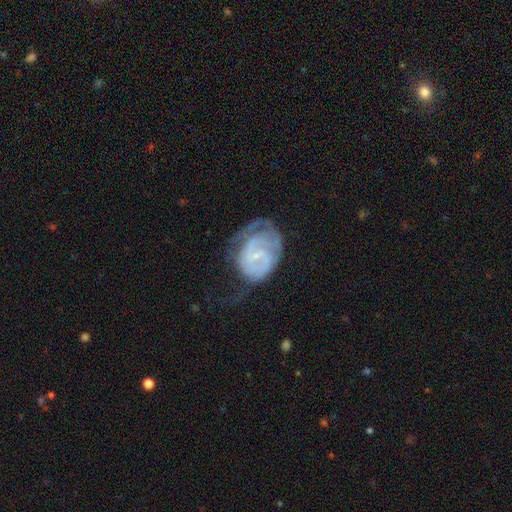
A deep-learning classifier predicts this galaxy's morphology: This is likely a featured or disk galaxy (75%). It is clearly not viewed edge-on (97%). Bar: possibly no (47%). Spiral arm pattern: clearly yes (86%). Spiral arm count: marginally can't tell (39%). Spiral winding: possibly tight (56%). Central bulge: likely small (73%). Merging: marginally none (37%).